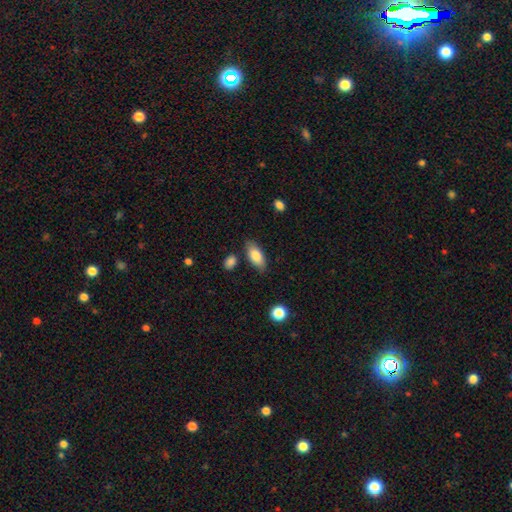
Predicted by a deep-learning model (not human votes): This is clearly a smooth galaxy (81%). How rounded: clearly in between (84%). Merging: clearly none (81%).